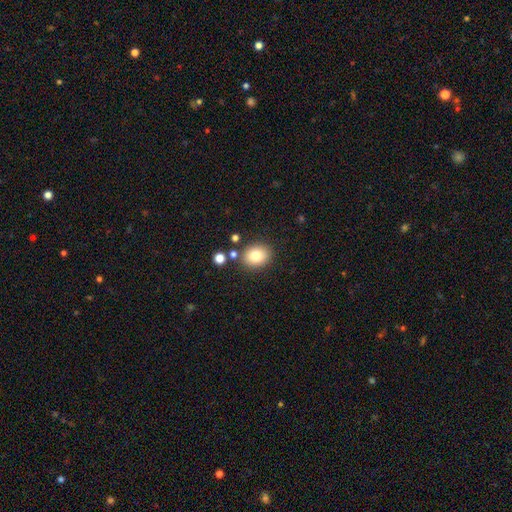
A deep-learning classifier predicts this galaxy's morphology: smooth_or_featured: smooth (p=0.81) [alt: star or artifact p=0.10]
how_rounded: round (p=0.51) [alt: in between p=0.48]
merging: none (p=0.82) [alt: minor disturbance p=0.10]